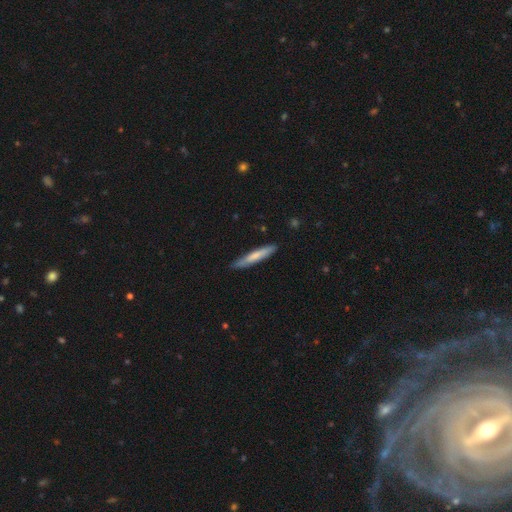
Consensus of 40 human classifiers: A smooth galaxy with no disk features (60%) that is cigar-shaped (88%).

Vote fractions:
- Smooth or featured? smooth: 60% / featured or disk: 32% / star or artifact: 8%
- How rounded? cigar-shaped: 88% / in between: 12% / round: 0%
- Merging? none: 95% / minor disturbance: 3% / major disturbance: 3% / merger: 0%